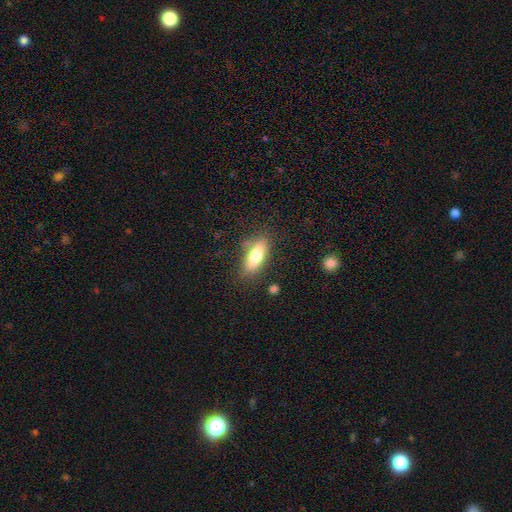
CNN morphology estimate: Q: Smooth or featured?
A: smooth (70%); runner-up: featured or disk (23%)
Q: How rounded?
A: in between (63%); runner-up: cigar-shaped (34%)
Q: Merging?
A: none (78%); runner-up: minor disturbance (14%)